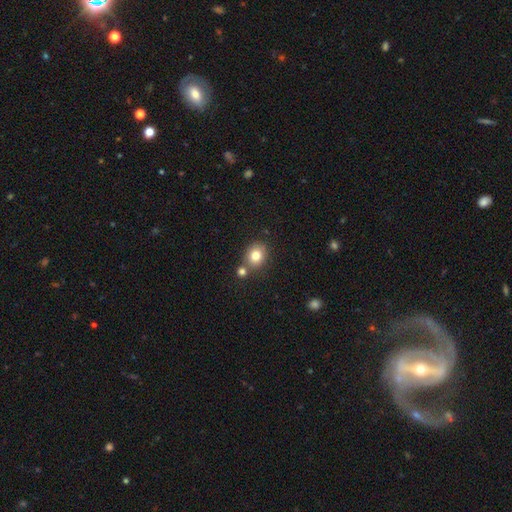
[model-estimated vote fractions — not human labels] Morphology: type=smooth (79%); roundness=round (62%); merging=none (66%).